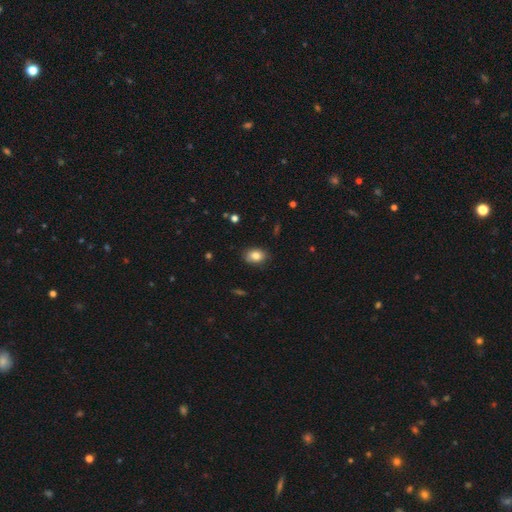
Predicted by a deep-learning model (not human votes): smooth 82%, star or artifact 9%, featured or disk 9%. Down the decision tree: how rounded — in between (76%); merging — none (84%).